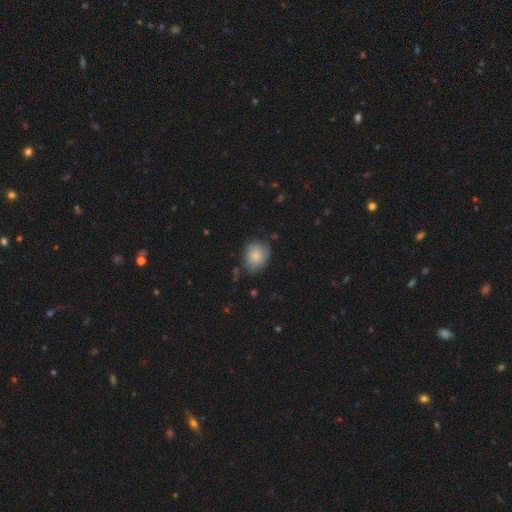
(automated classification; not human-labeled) This appears to be a smooth galaxy with no disk features (78%) that is in between round and cigar-shaped (51%). Merging: none (65%).